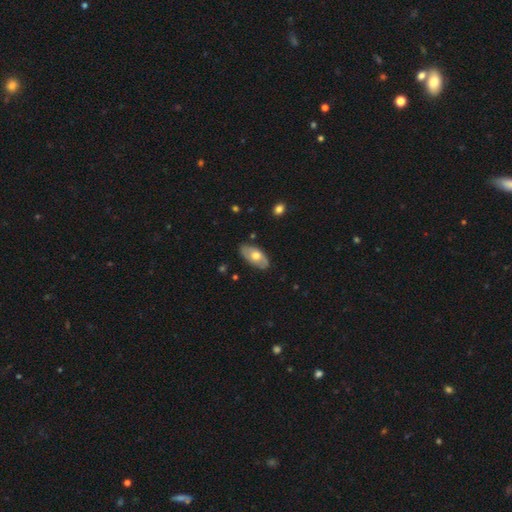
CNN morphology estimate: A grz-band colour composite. It shows a smooth galaxy with no disk features (52%) that is in between round and cigar-shaped (92%). Merging: none (81%).